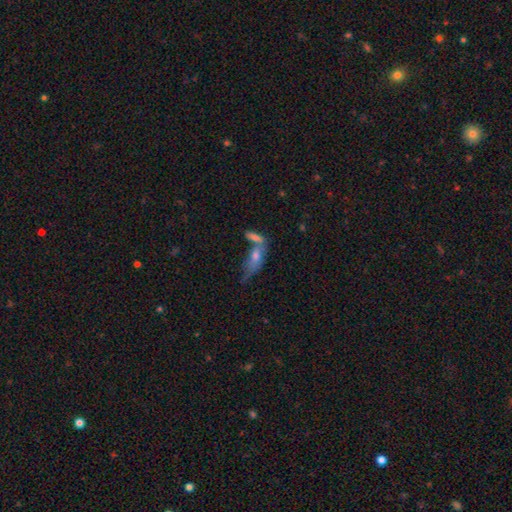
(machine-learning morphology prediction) The model was most divided on "merging": merger: 41%, none: 31%, minor disturbance: 16%, major disturbance: 12%. More confident: how rounded — in between (63%); smooth or featured — smooth (55%).